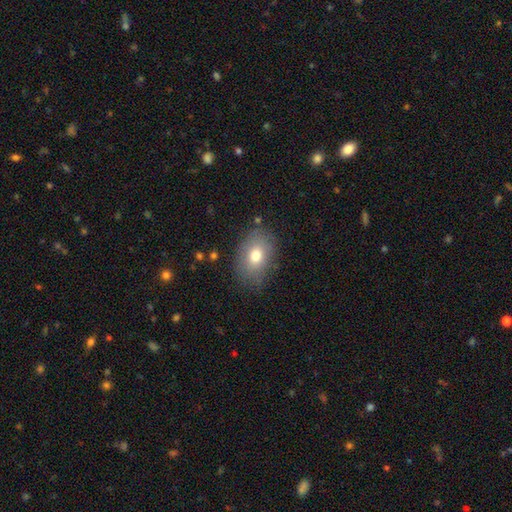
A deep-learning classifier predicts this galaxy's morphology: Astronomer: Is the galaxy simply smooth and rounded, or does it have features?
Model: smooth — 74%.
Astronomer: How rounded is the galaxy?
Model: in between — 78%.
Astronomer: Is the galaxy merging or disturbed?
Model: none — 79%.